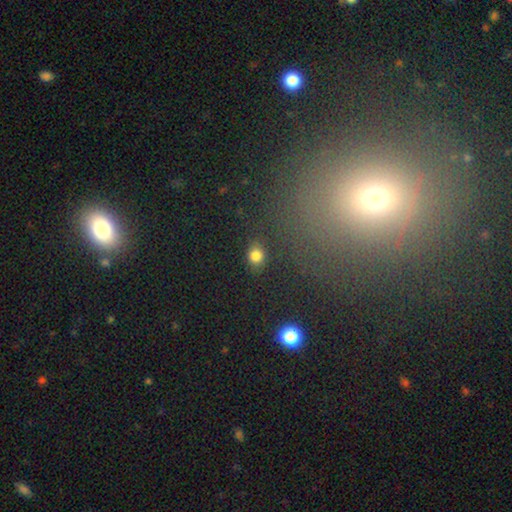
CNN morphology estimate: Smooth or featured: smooth — 80% (star or artifact — 15%)
How rounded: round — 71% (in between — 28%)
Merging: none — 84% (minor disturbance — 10%)